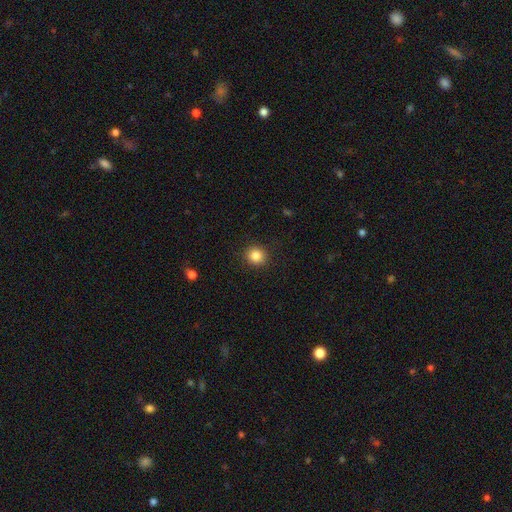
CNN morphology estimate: Smooth or featured? smooth (84%)
How rounded? round (86%)
Merging? none (91%)